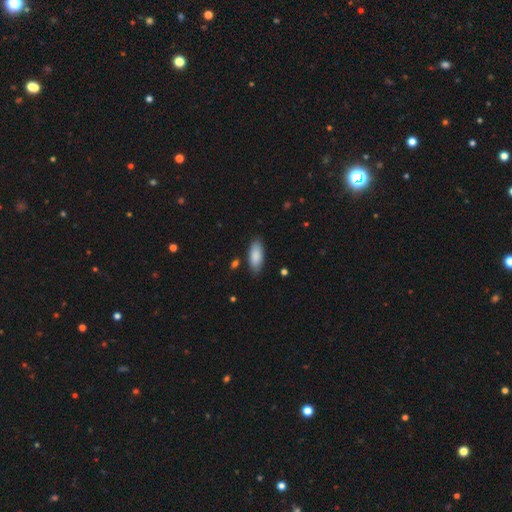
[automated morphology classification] smooth 87%, featured or disk 7%, star or artifact 6%. Down the decision tree: how rounded — in between (83%); merging — none (83%).